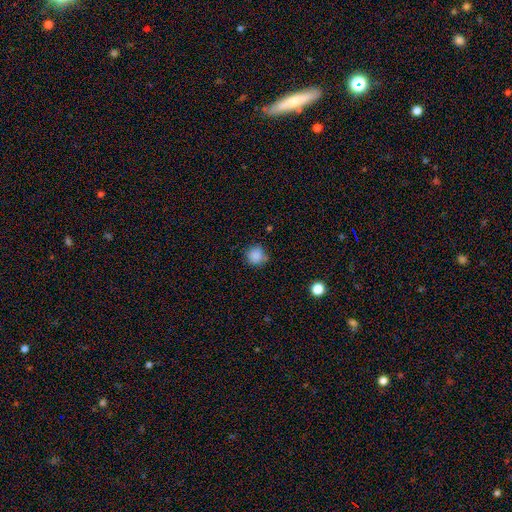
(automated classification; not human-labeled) Q: Smooth or featured?
A: smooth (86%); runner-up: star or artifact (10%)
Q: How rounded?
A: round (91%); runner-up: in between (8%)
Q: Merging?
A: none (77%); runner-up: minor disturbance (16%)